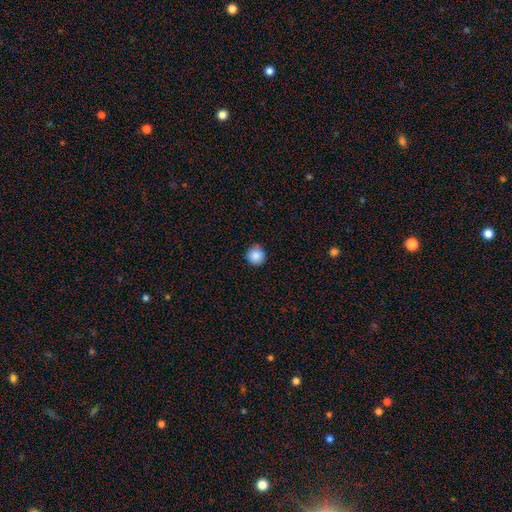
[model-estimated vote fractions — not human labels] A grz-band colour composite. It shows a smooth galaxy with no disk features (88%) that is round (95%). Merging: none (89%).